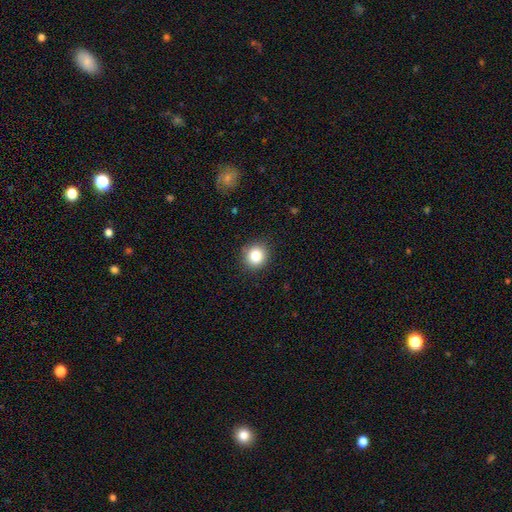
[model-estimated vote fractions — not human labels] Smooth or featured? Predicted: smooth (p=0.83). How rounded? Predicted: round (p=0.90). Merging? Predicted: none (p=0.90).